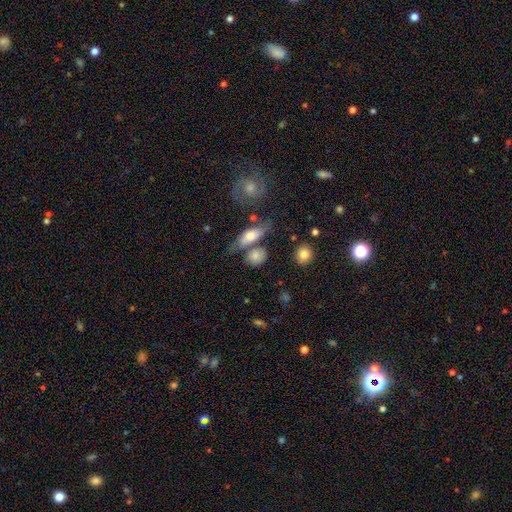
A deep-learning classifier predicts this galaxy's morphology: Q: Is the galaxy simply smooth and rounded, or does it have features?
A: smooth — 78%.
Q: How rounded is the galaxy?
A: in between — 49%.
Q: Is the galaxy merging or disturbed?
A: none — 53%.